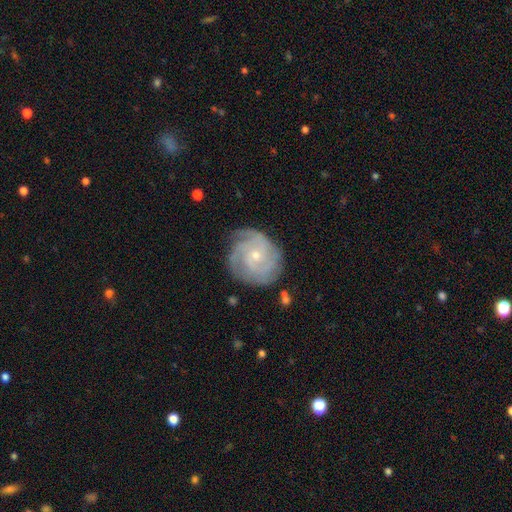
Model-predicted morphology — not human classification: This appears to be a featured or disk galaxy (83%) with no bar (74%), 3 (32%) tight (66%) spiral arms (96%) and a small central bulge (67%). Merging: none (74%).